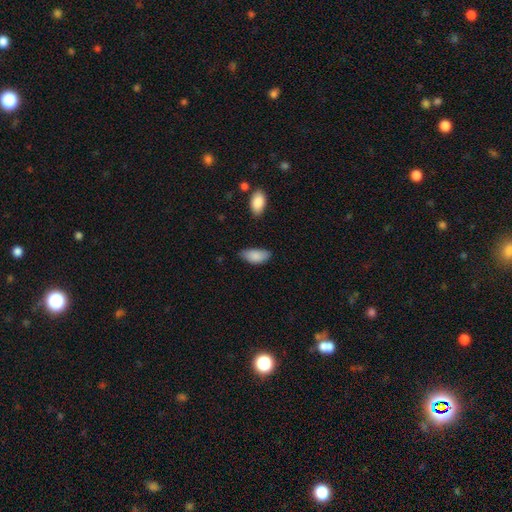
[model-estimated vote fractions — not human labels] A smooth galaxy with no disk features (87%) that is in between round and cigar-shaped (92%).

Vote fractions:
- Smooth or featured? smooth: 87% / featured or disk: 7% / star or artifact: 7%
- How rounded? in between: 92% / cigar-shaped: 5% / round: 2%
- Merging? none: 63% / minor disturbance: 29% / major disturbance: 5% / merger: 2%